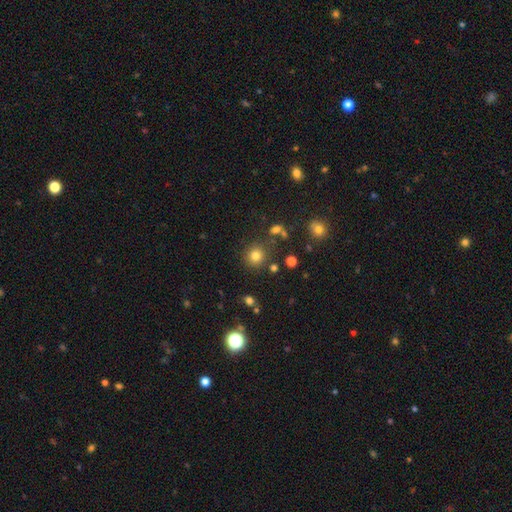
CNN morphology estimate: smooth 78%, star or artifact 15%, featured or disk 7%. Down the decision tree: how rounded — round (90%); merging — none (82%).